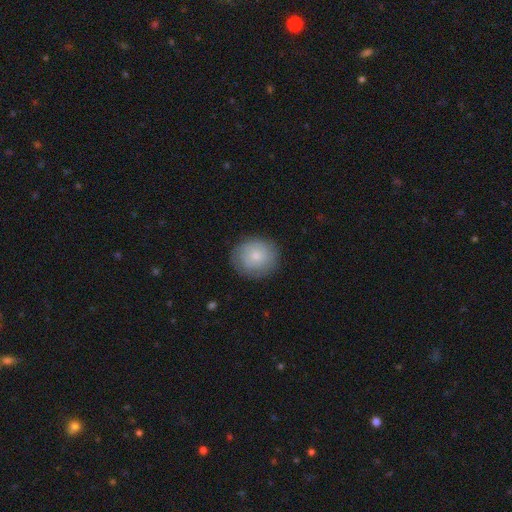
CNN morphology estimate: This appears to be a smooth galaxy with no disk features (74%) that is round (85%). Merging: none (82%).